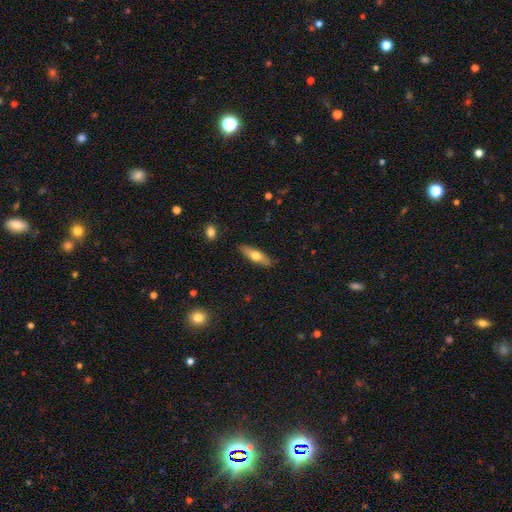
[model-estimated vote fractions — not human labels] Smooth or featured?
  - smooth: 59% *
  - featured or disk: 35%
  - star or artifact: 6%
How rounded?
  - cigar-shaped: 59% *
  - in between: 38%
  - round: 3%
Merging?
  - none: 88% *
  - minor disturbance: 9%
  - major disturbance: 2%
  - merger: 1%